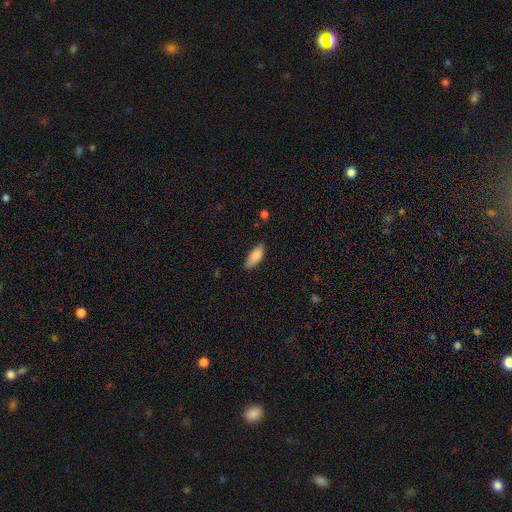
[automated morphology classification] Smooth or featured: smooth — 86% (featured or disk — 8%)
How rounded: in between — 78% (cigar-shaped — 20%)
Merging: none — 73% (minor disturbance — 22%)